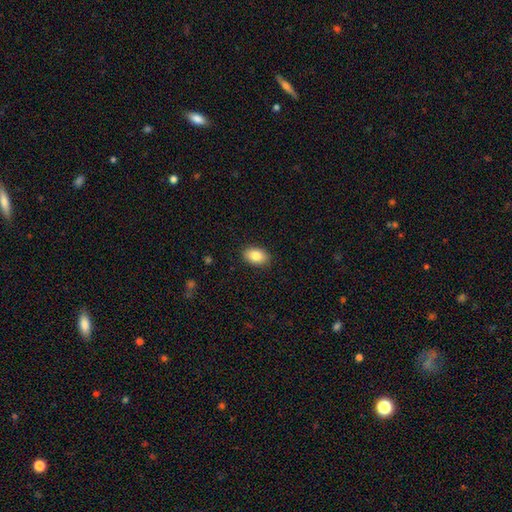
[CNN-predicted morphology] smooth-or-featured: smooth: 85% | star or artifact: 7% | featured or disk: 7%
  how-rounded: in between: 89% | round: 9% | cigar-shaped: 1%
  merging: none: 89% | minor disturbance: 8% | major disturbance: 2% | merger: 1%